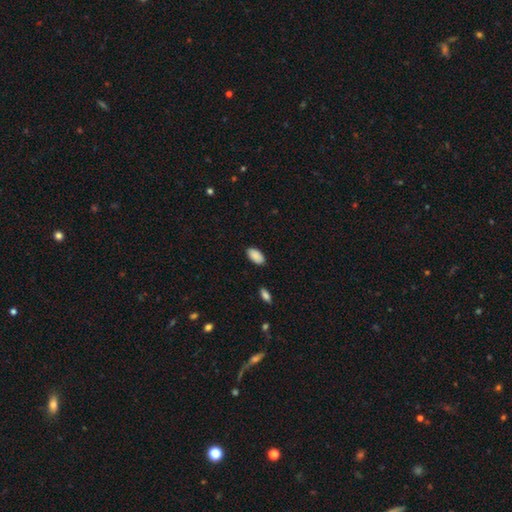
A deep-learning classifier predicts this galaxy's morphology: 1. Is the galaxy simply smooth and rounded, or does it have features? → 89% smooth, 6% star or artifact, 5% featured or disk.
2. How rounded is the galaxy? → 95% in between, 3% cigar-shaped, 2% round.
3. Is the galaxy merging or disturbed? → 87% none, 10% minor disturbance, 2% major disturbance, 1% merger.